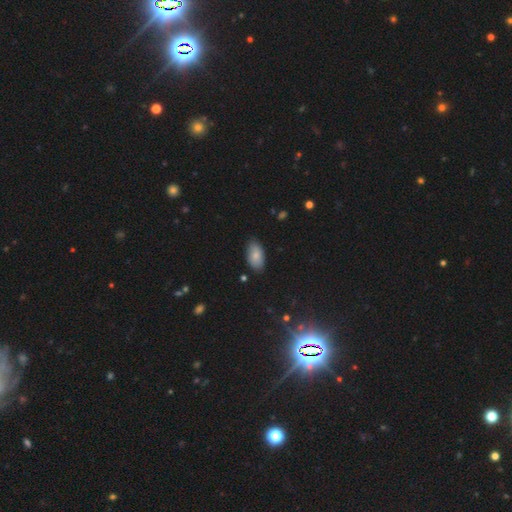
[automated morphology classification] type=smooth (81%); roundness=in between (94%); merging=none (83%).